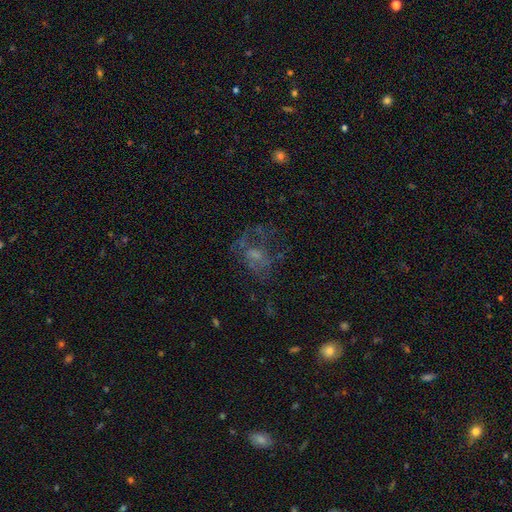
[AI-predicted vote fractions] Smooth or featured? Predicted: featured or disk (p=0.50). Merging? Predicted: none (p=0.41).